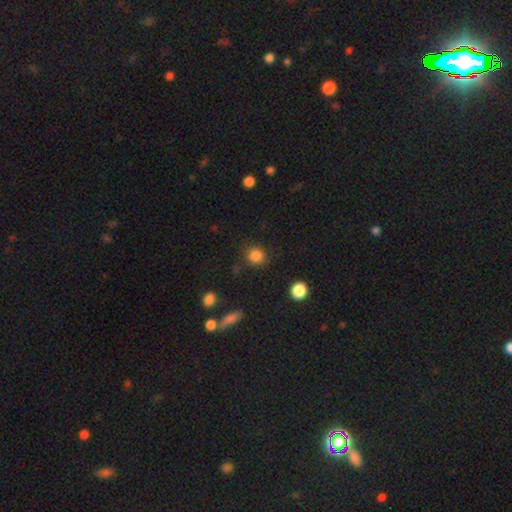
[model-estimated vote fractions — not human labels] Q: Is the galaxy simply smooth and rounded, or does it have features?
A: smooth — 85%.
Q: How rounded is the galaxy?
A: round — 87%.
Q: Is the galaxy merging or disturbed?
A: none — 84%.